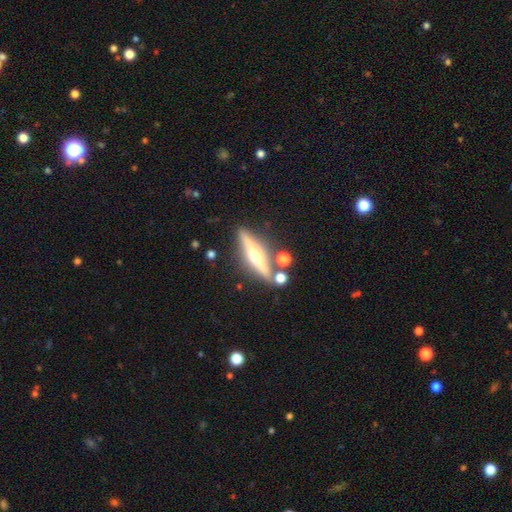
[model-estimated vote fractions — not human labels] Smooth or featured? featured or disk (71%)
Edge-on disk? yes (95%)
Edge-on bulge? rounded (94%)
Merging? none (79%)